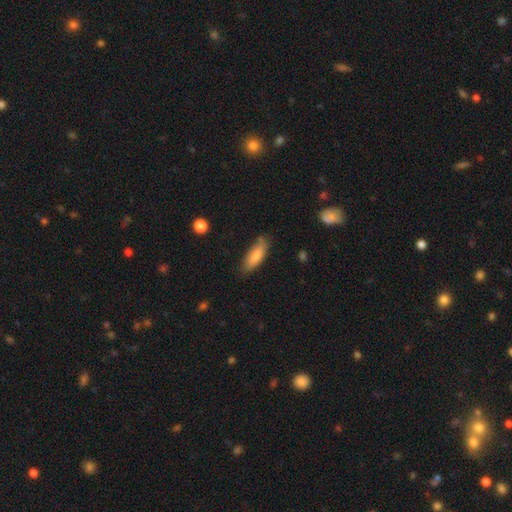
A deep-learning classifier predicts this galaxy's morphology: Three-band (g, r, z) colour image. It shows a smooth galaxy with no disk features (82%) that is in between round and cigar-shaped (62%). Merging: none (72%).